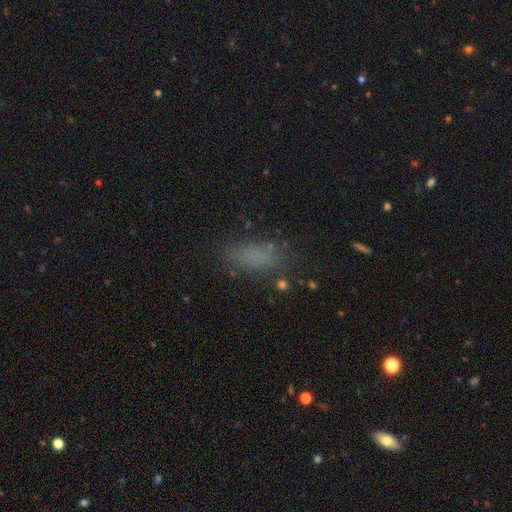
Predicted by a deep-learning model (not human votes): Overall: smooth (75%). How rounded: in between (74%). Merging: none (72%).